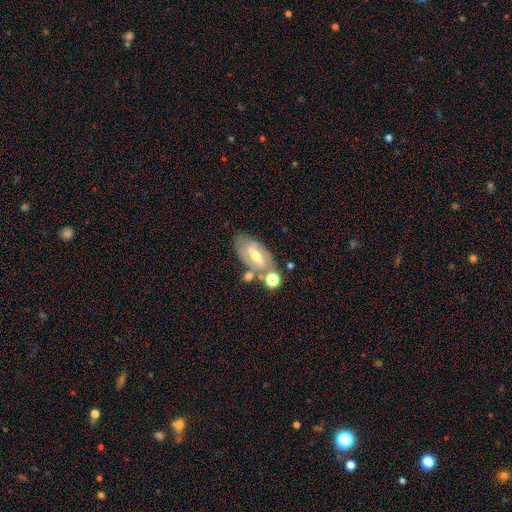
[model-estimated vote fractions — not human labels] A featured or disk galaxy (67%) with a strong bar (49%), spiral arms (76%) and a moderate central bulge (57%). Merging: none (62%).